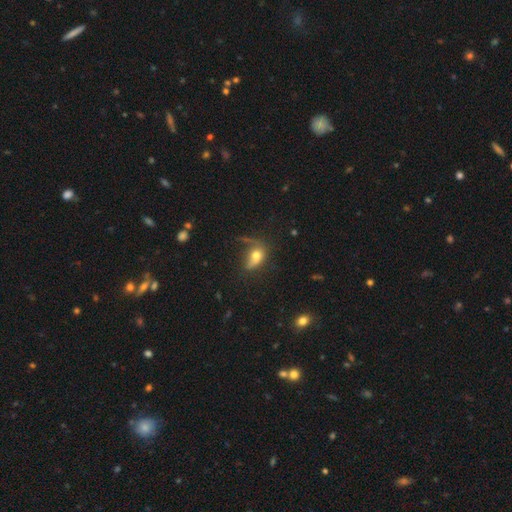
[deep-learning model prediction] Smooth or featured: smooth — 61% (featured or disk — 26%)
How rounded: in between — 69% (round — 24%)
Merging: none — 35% (major disturbance — 34%)